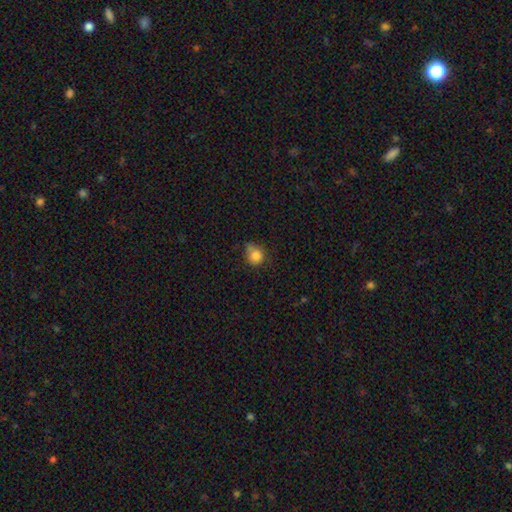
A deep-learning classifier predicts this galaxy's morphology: Smooth or featured?
  - smooth: 82% *
  - star or artifact: 11%
  - featured or disk: 8%
How rounded?
  - round: 75% *
  - in between: 24%
  - cigar-shaped: 1%
Merging?
  - none: 47% *
  - minor disturbance: 36%
  - major disturbance: 11%
  - merger: 6%